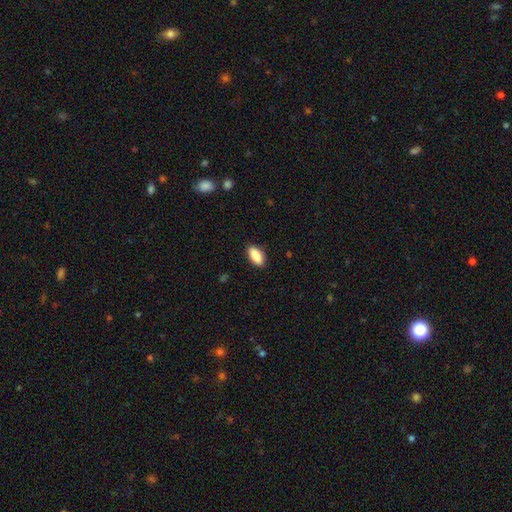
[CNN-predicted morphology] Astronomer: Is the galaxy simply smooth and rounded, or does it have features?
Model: smooth — 88%.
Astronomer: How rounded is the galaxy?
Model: in between — 84%.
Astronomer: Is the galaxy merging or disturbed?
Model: none — 88%.